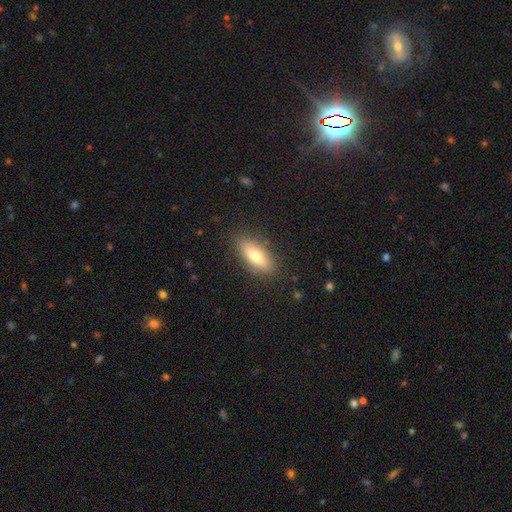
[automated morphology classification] A smooth galaxy with no disk features (72%) that is in between round and cigar-shaped (69%).

Vote fractions:
- Smooth or featured? smooth: 72% / featured or disk: 21% / star or artifact: 7%
- How rounded? in between: 69% / cigar-shaped: 29% / round: 2%
- Merging? none: 86% / minor disturbance: 10% / major disturbance: 3% / merger: 1%